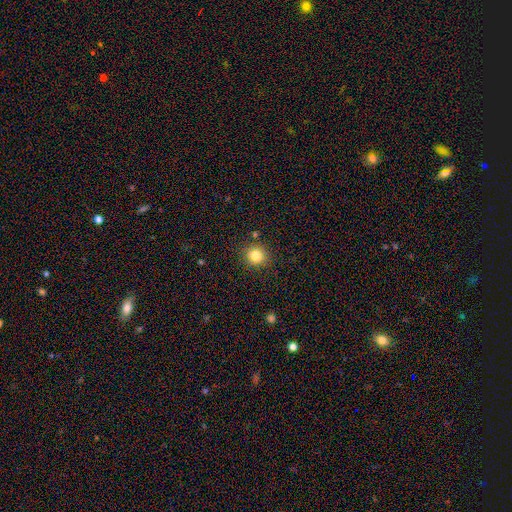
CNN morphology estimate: type=smooth (82%); roundness=round (90%); merging=none (88%).